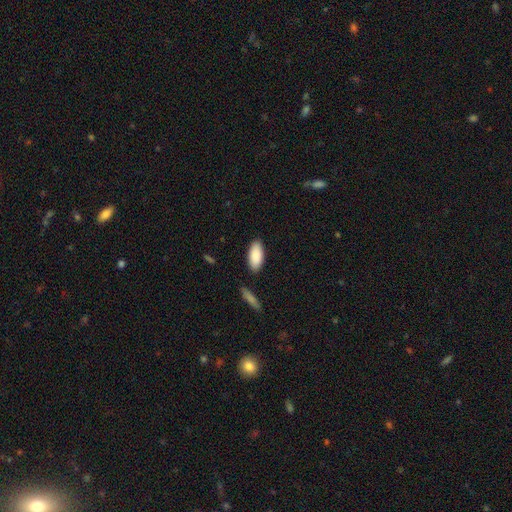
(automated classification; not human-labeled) Smooth or featured? Predicted: smooth (p=0.89). How rounded? Predicted: in between (p=0.89). Merging? Predicted: none (p=0.85).